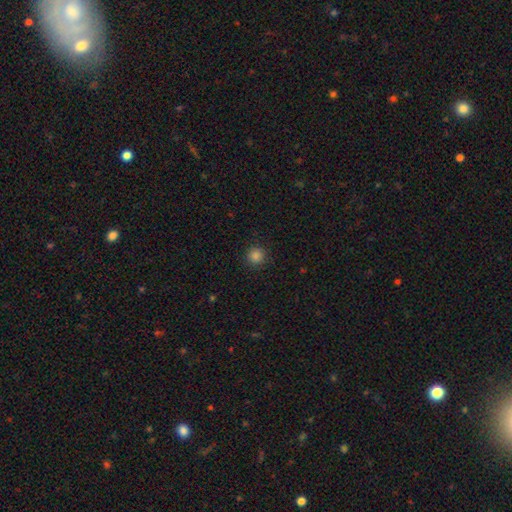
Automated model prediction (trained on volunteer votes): smooth 85%, star or artifact 12%, featured or disk 3%. Down the decision tree: how rounded — round (95%); merging — none (91%).